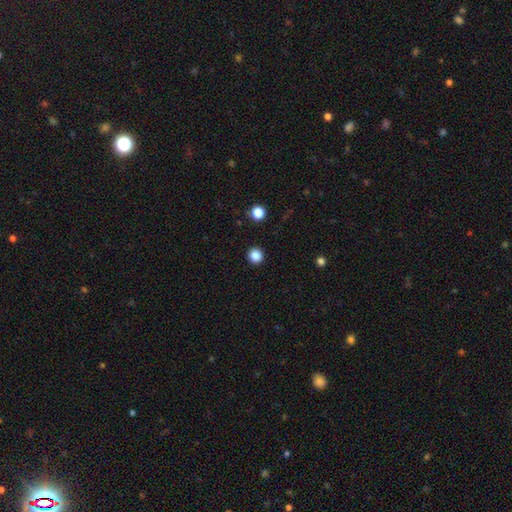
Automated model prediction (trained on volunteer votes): Q: Smooth or featured?
A: smooth (85%); runner-up: star or artifact (12%)
Q: How rounded?
A: round (95%); runner-up: in between (4%)
Q: Merging?
A: none (93%); runner-up: minor disturbance (4%)